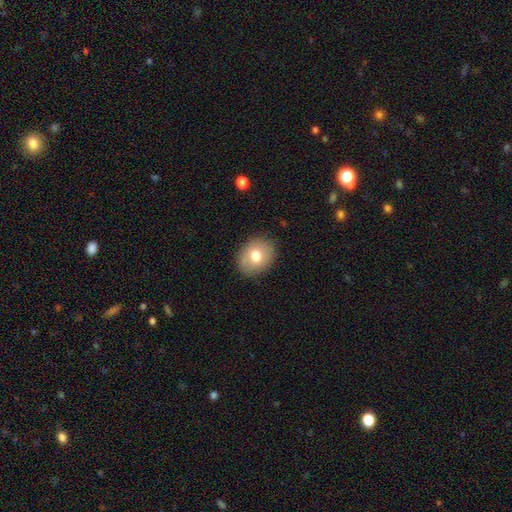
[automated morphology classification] smooth 75%, featured or disk 17%, star or artifact 8%. Down the decision tree: how rounded — in between (53%); merging — none (85%).